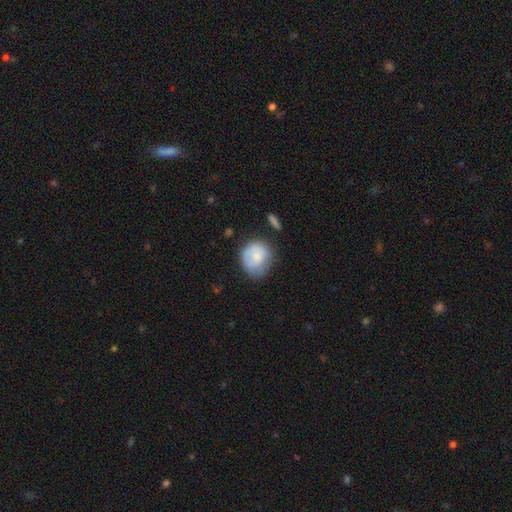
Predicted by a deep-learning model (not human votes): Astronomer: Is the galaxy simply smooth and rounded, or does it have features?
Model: smooth — 72%.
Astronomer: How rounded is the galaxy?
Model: round — 72%.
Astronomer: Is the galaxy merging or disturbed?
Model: none — 51% (runner-up: minor disturbance, 31%).